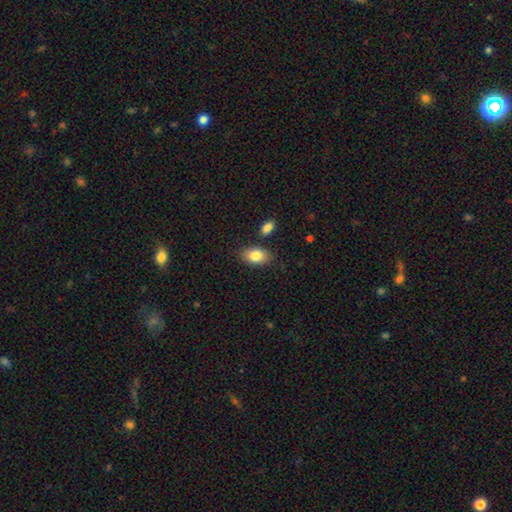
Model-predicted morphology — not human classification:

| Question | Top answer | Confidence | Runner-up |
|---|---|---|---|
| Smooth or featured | smooth | 84% | featured or disk (9%) |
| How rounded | in between | 88% | round (10%) |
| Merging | none | 79% | minor disturbance (13%) |